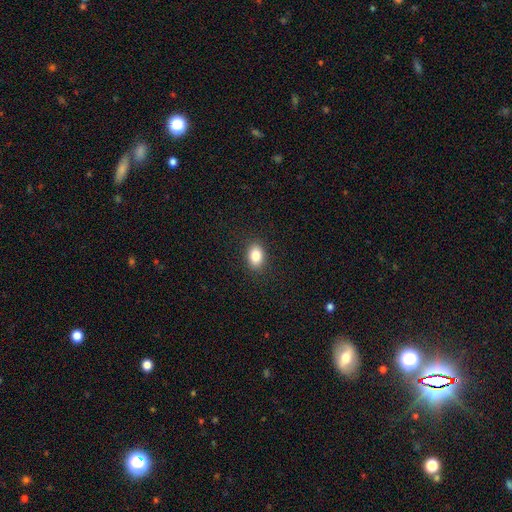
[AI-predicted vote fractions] A smooth galaxy with no disk features (85%) that is in between round and cigar-shaped (77%). Merging: none (89%).